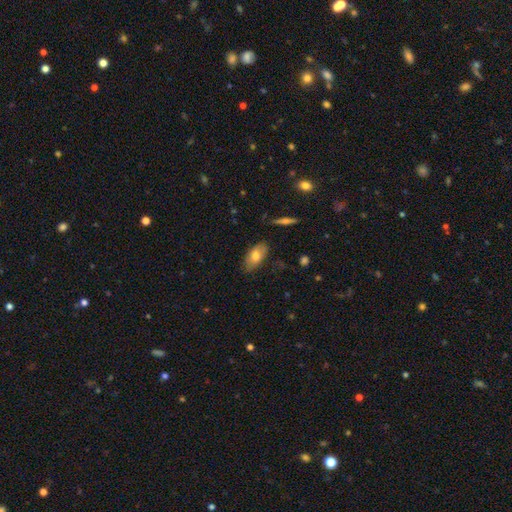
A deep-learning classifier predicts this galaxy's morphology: Q: Smooth or featured?
A: smooth (74%); runner-up: featured or disk (19%)
Q: How rounded?
A: in between (89%); runner-up: cigar-shaped (7%)
Q: Merging?
A: none (78%); runner-up: minor disturbance (17%)